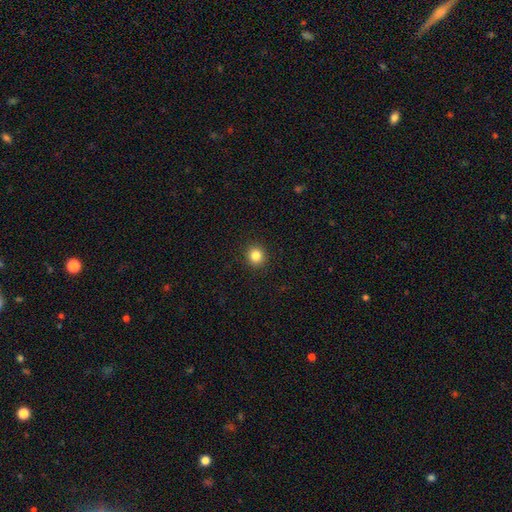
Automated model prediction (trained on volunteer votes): smooth_or_featured: smooth (p=0.84) [alt: star or artifact p=0.11]
how_rounded: round (p=0.91) [alt: in between p=0.08]
merging: none (p=0.92) [alt: minor disturbance p=0.05]